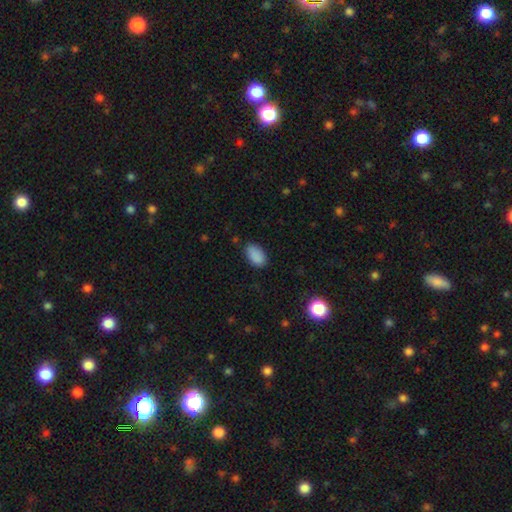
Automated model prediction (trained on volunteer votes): smooth-or-featured: smooth: 89% | star or artifact: 8% | featured or disk: 3%
  how-rounded: in between: 93% | round: 5% | cigar-shaped: 2%
  merging: none: 81% | minor disturbance: 15% | major disturbance: 3% | merger: 1%